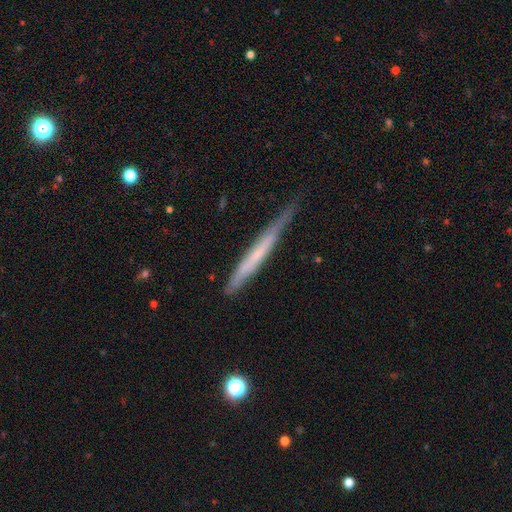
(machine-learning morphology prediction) featured or disk 50%, smooth 44%, star or artifact 6%. Down the decision tree: edge-on disk — yes (93%); merging — none (72%).